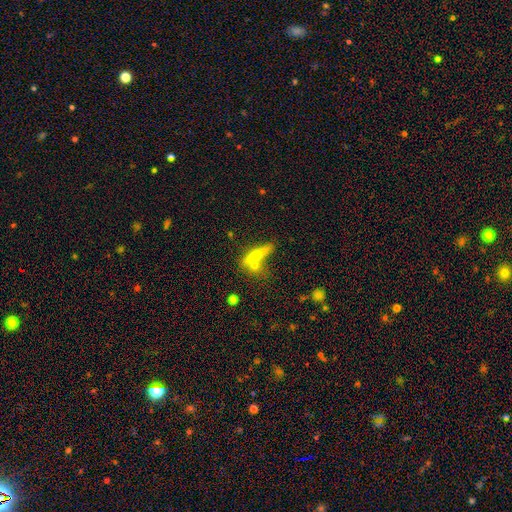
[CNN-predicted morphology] Q: Smooth or featured?
A: featured or disk (46%); runner-up: smooth (45%)
Q: Merging?
A: none (54%); runner-up: merger (31%)